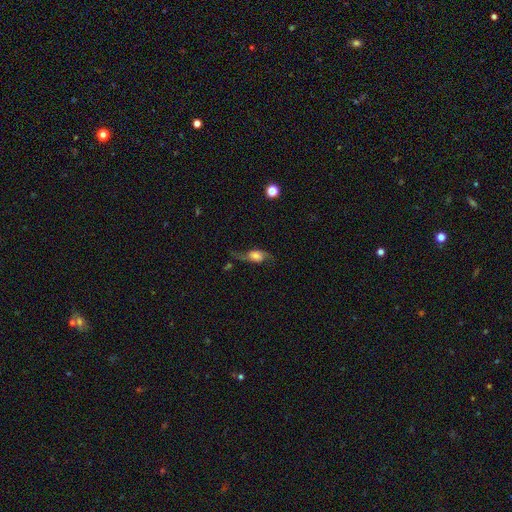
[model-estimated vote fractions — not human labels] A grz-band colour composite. It shows a featured or disk galaxy (64%) with no bar (59%), spiral arms (90%) and a moderate central bulge (30%). Merging: none (57%).